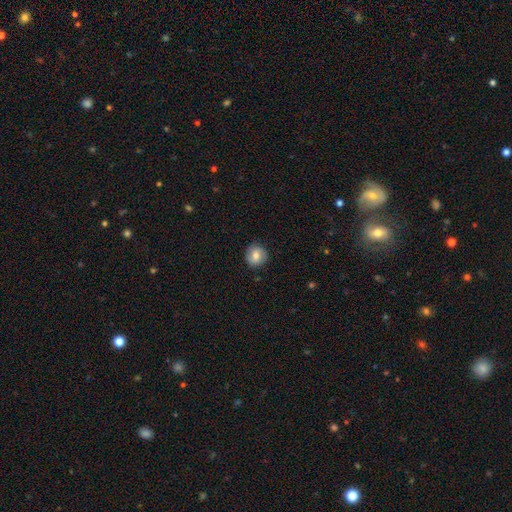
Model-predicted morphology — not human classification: smooth 76%, featured or disk 16%, star or artifact 8%. Down the decision tree: how rounded — round (89%); merging — none (87%).